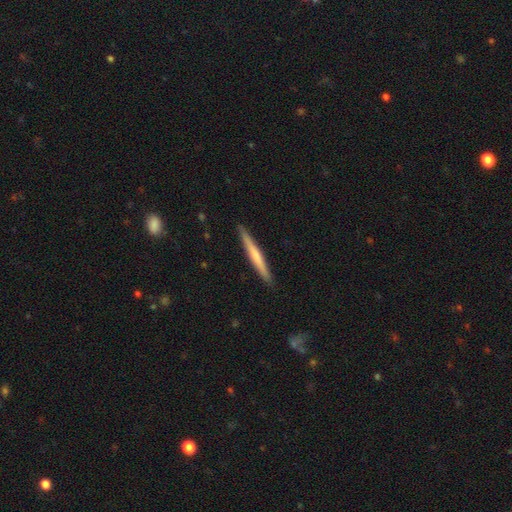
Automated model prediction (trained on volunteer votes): smooth 53%, featured or disk 42%, star or artifact 5%. Down the decision tree: how rounded — cigar-shaped (97%); merging — none (91%).